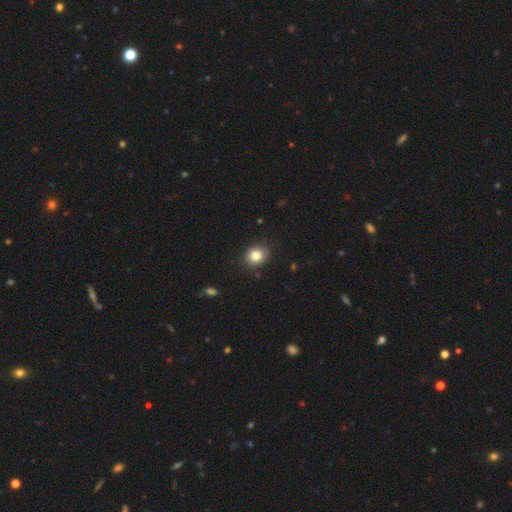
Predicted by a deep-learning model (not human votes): Smooth or featured: smooth — 82% (star or artifact — 11%)
How rounded: round — 66% (in between — 33%)
Merging: none — 87% (minor disturbance — 10%)